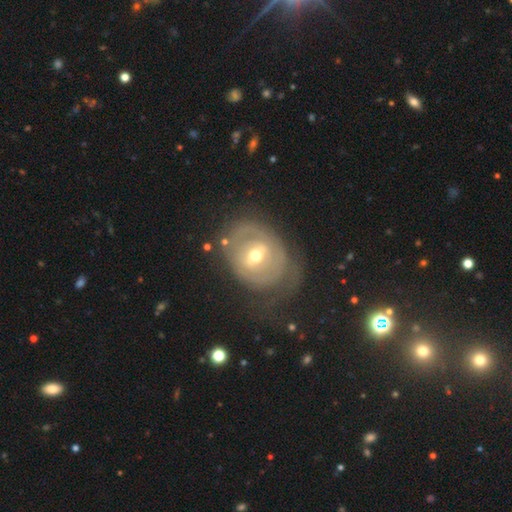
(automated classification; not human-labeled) The model was most divided on "spiral arms": yes: 55%, no: 45%. Remaining: edge-on disk — no (95%); smooth or featured — featured or disk (71%); bulge size — moderate (62%); merging — none (55%); bar — weak (47%).